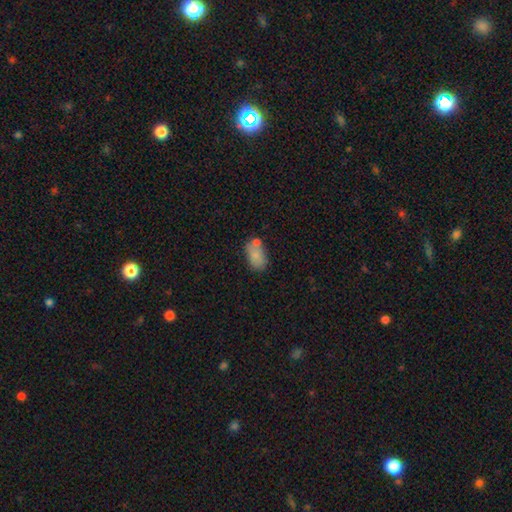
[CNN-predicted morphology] The model was most divided on "merging": none: 50%, merger: 24%, minor disturbance: 20%, major disturbance: 6%. More confident: how rounded — in between (90%); smooth or featured — smooth (77%).